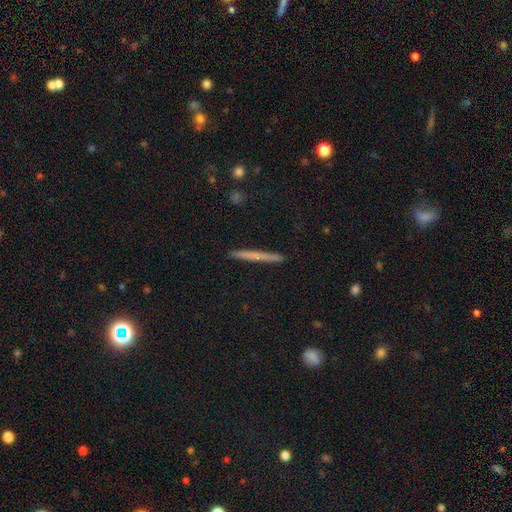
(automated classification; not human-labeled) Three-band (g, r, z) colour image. It shows a smooth galaxy with no disk features (55%) that is cigar-shaped (97%). Merging: none (92%).